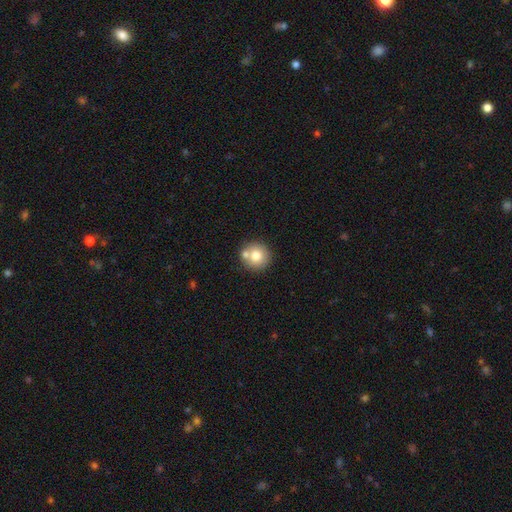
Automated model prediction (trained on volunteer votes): Smooth or featured? Predicted: smooth (p=0.74). How rounded? Predicted: round (p=0.93). Merging? Predicted: none (p=0.68).